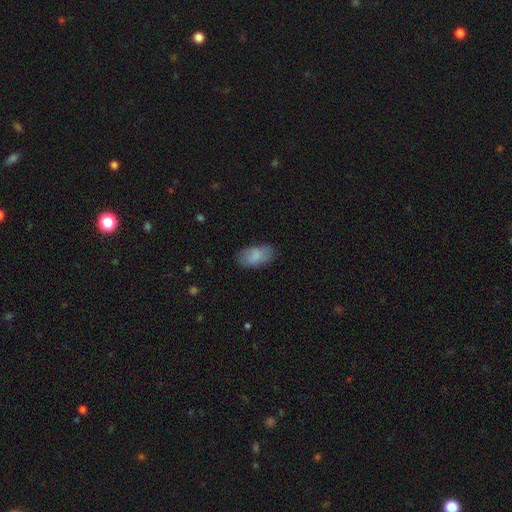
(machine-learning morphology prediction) The model was most divided on "merging": none: 78%, minor disturbance: 16%, major disturbance: 4%, merger: 1%. More confident: how rounded — in between (94%); smooth or featured — smooth (83%).